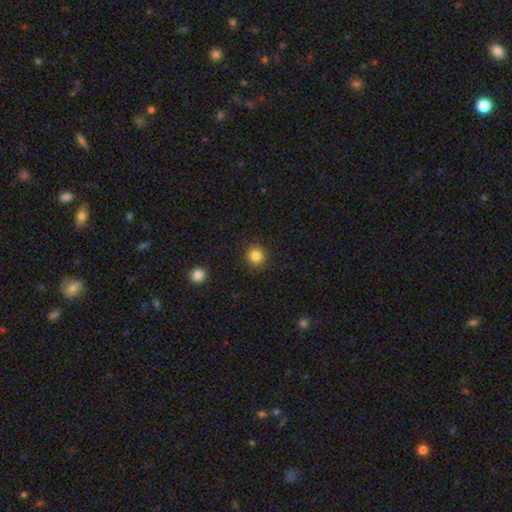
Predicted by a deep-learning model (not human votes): Morphology: type=smooth (85%); roundness=round (93%); merging=none (91%).